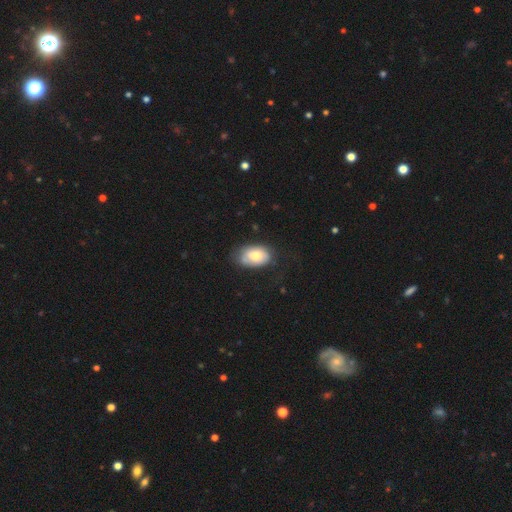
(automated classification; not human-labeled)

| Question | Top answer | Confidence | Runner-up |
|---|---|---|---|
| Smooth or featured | smooth | 68% | featured or disk (26%) |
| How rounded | in between | 90% | round (9%) |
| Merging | none | 59% | minor disturbance (28%) |